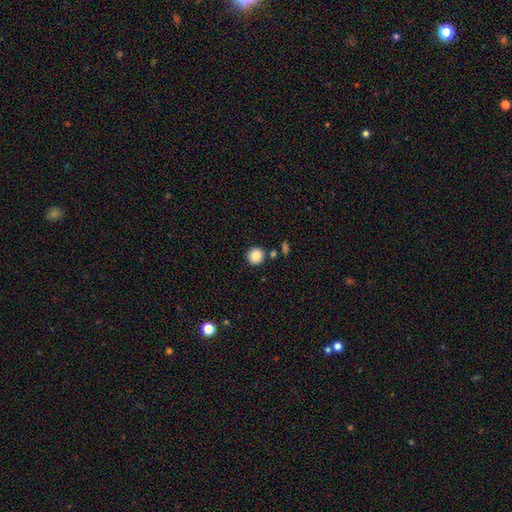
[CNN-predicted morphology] smooth_or_featured: smooth (p=0.88) [alt: star or artifact p=0.09]
how_rounded: round (p=0.94) [alt: in between p=0.05]
merging: none (p=0.86) [alt: minor disturbance p=0.06]